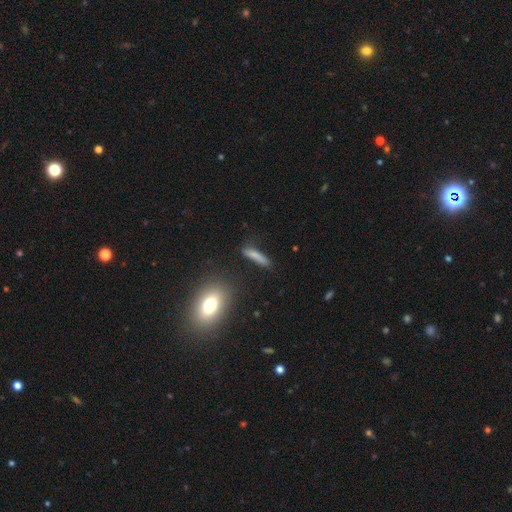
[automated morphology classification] type=smooth (79%); roundness=cigar-shaped (88%); merging=none (77%).